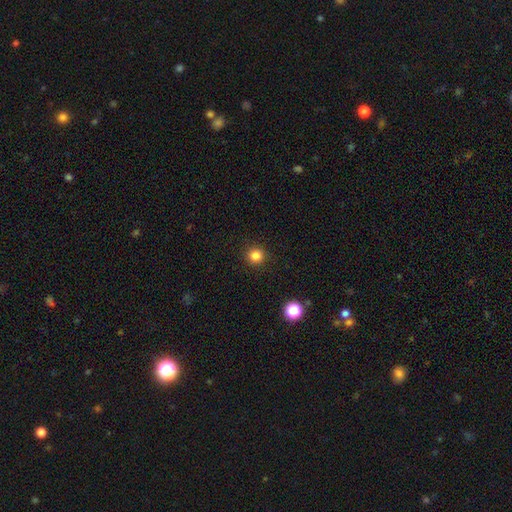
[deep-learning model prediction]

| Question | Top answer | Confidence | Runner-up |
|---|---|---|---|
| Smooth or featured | smooth | 83% | star or artifact (13%) |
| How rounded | round | 94% | in between (5%) |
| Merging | none | 92% | minor disturbance (5%) |